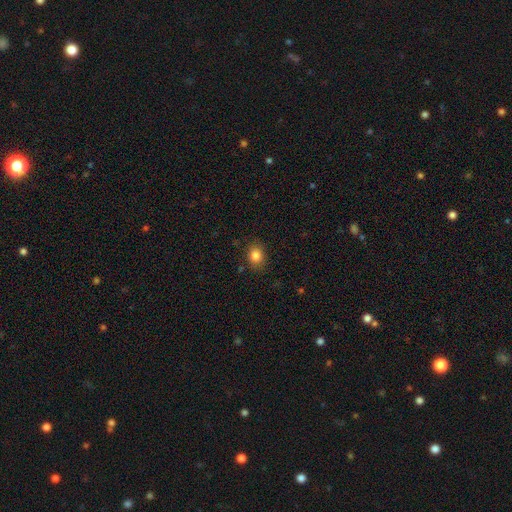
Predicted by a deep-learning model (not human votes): Smooth or featured: smooth — 83% (star or artifact — 11%)
How rounded: round — 50% (in between — 49%)
Merging: none — 84% (minor disturbance — 11%)